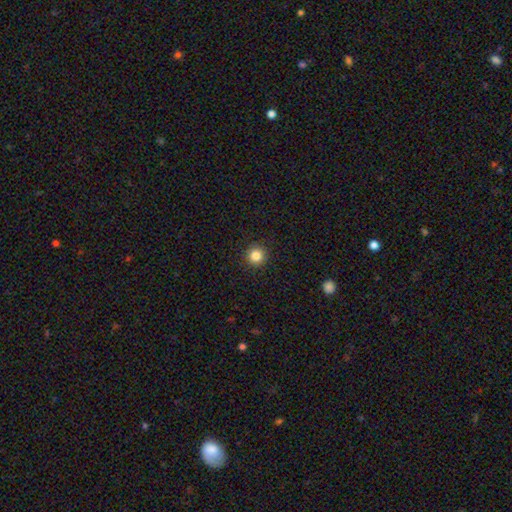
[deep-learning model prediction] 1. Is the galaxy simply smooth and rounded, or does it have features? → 84% smooth, 11% star or artifact, 5% featured or disk.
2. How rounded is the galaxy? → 95% round, 4% in between, 1% cigar-shaped.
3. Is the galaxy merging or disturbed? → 93% none, 5% minor disturbance, 2% major disturbance, 1% merger.